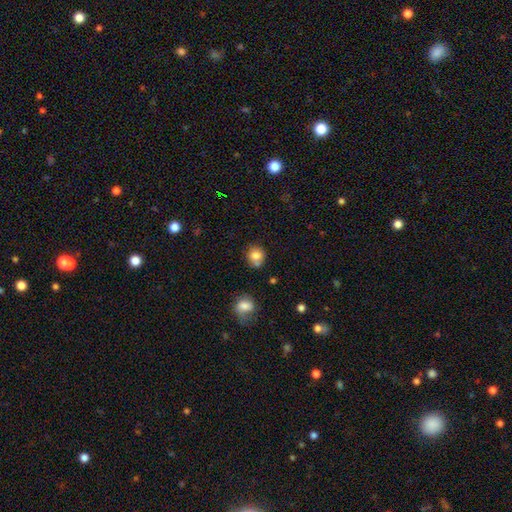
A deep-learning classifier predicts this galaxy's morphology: Smooth or featured? Predicted: smooth (p=0.80). How rounded? Predicted: round (p=0.84). Merging? Predicted: none (p=0.64).